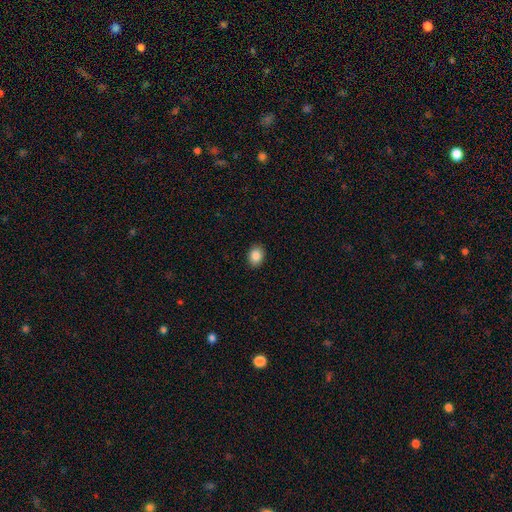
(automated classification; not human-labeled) Q: Smooth or featured?
A: smooth (87%); runner-up: star or artifact (9%)
Q: How rounded?
A: in between (61%); runner-up: round (38%)
Q: Merging?
A: none (89%); runner-up: minor disturbance (8%)